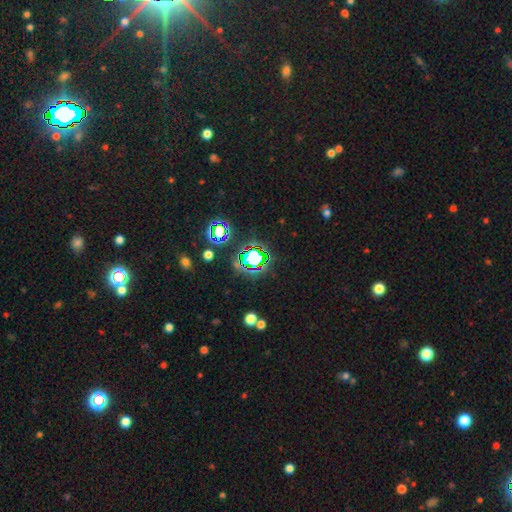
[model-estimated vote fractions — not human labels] Smooth or featured? star or artifact (71%)